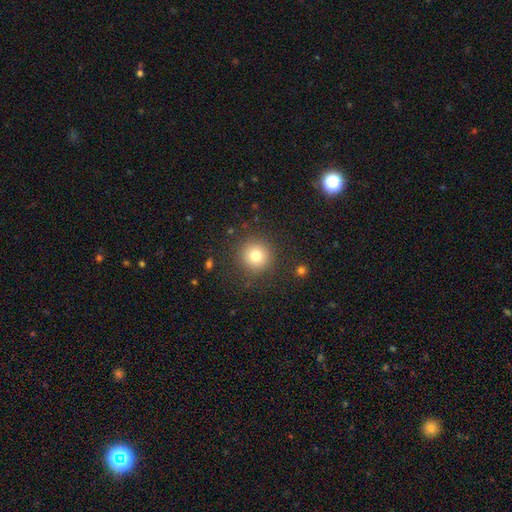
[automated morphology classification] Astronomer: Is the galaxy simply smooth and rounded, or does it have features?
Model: smooth — 78%.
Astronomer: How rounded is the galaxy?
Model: round — 95%.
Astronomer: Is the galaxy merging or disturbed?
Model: none — 87%.